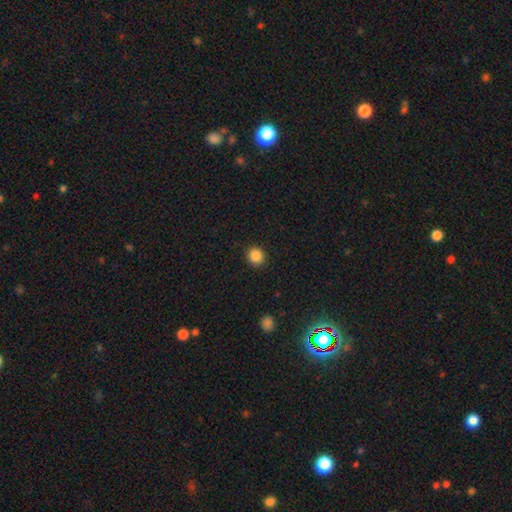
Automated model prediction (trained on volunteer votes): Morphology: type=smooth (87%); roundness=round (87%); merging=none (92%).